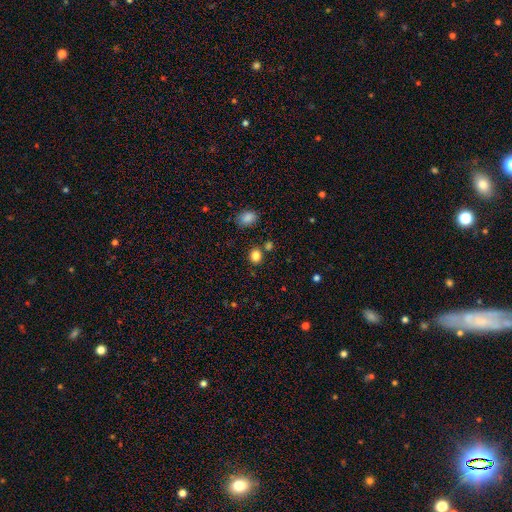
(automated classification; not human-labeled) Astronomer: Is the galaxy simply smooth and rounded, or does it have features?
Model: smooth — 83%.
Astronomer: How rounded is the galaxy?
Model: round — 66%.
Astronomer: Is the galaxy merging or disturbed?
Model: none — 80%.